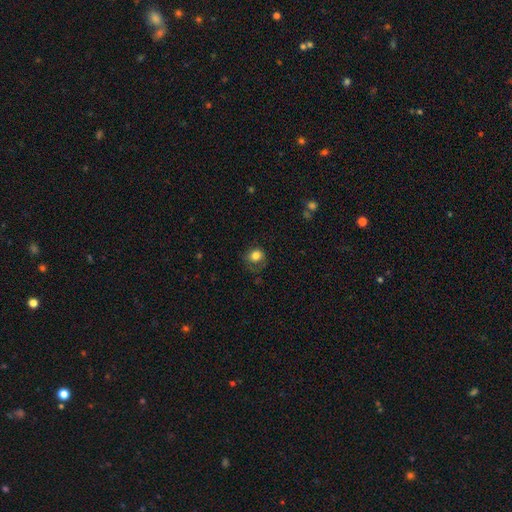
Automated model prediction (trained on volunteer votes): Smooth or featured: smooth — 80% (star or artifact — 10%)
How rounded: round — 72% (in between — 27%)
Merging: none — 58% (minor disturbance — 25%)